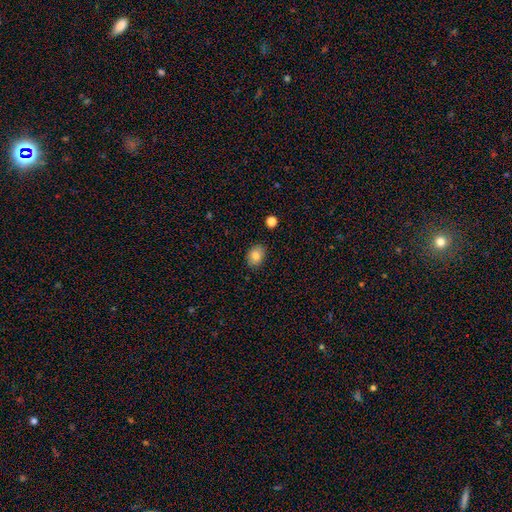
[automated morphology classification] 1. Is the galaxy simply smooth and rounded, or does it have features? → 81% smooth, 10% featured or disk, 9% star or artifact.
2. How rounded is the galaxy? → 67% in between, 32% round, 1% cigar-shaped.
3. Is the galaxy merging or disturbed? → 85% none, 11% minor disturbance, 2% major disturbance, 2% merger.